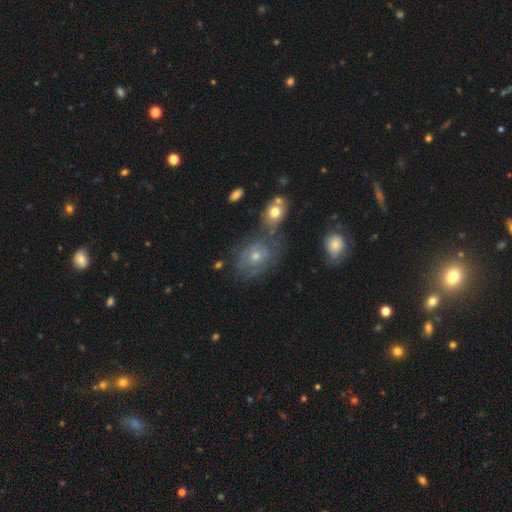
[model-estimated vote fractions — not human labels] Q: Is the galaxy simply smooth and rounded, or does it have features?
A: featured or disk — 46%.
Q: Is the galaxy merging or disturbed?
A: none — 54%.